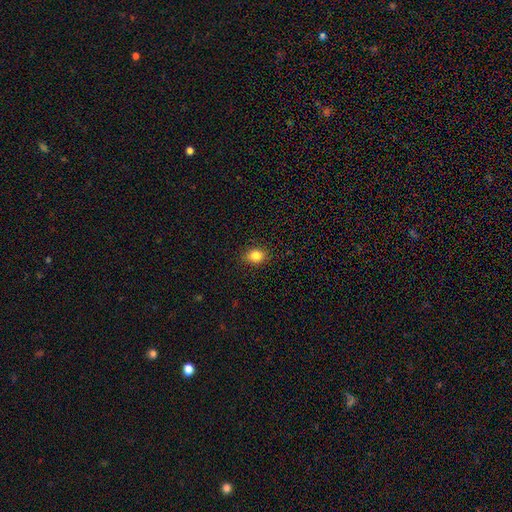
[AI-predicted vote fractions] The model was most divided on "how rounded": in between: 51%, round: 48%, cigar-shaped: 1%. More confident: merging — none (88%); smooth or featured — smooth (84%).